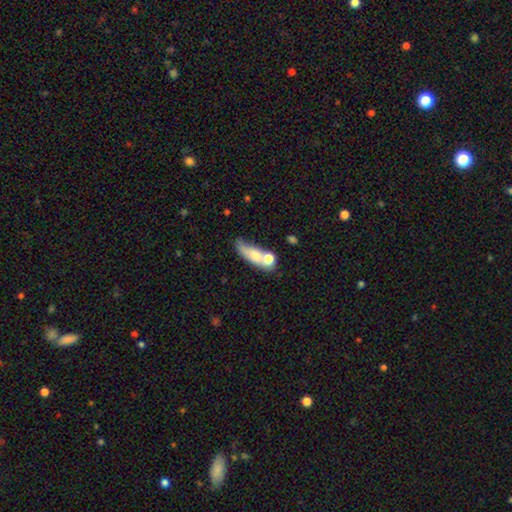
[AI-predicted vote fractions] smooth 66%, featured or disk 24%, star or artifact 9%. Down the decision tree: how rounded — in between (57%); merging — merger (34%).